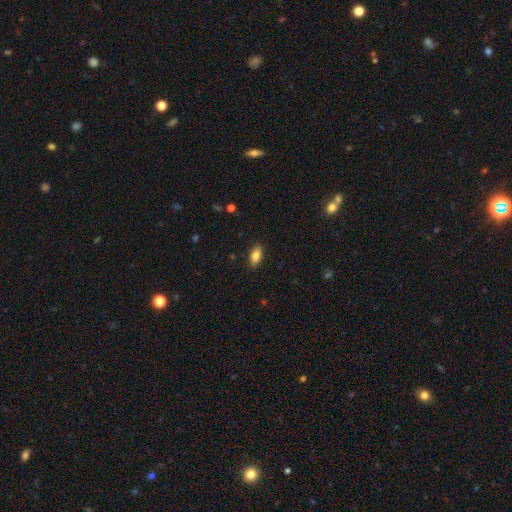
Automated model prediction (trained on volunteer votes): Smooth or featured: smooth — 82% (featured or disk — 10%)
How rounded: in between — 88% (cigar-shaped — 9%)
Merging: none — 88% (minor disturbance — 9%)